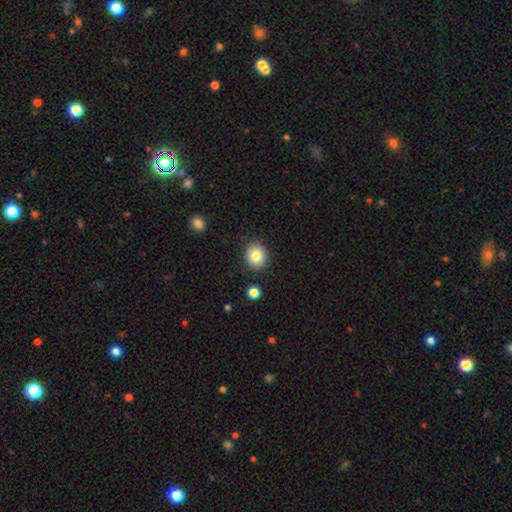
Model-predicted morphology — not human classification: This appears to be a smooth galaxy with no disk features (82%) that is round (78%). Merging: none (88%).